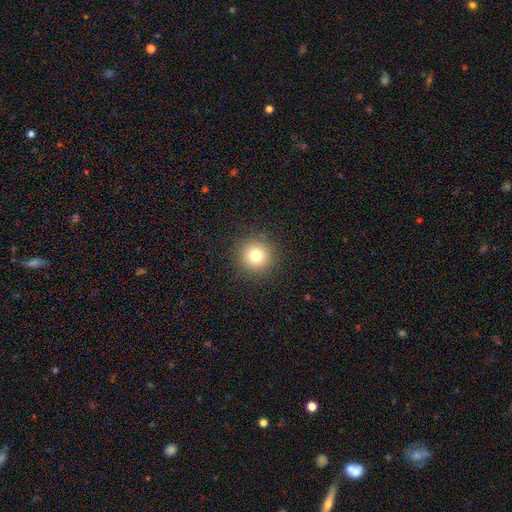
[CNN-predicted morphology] Smooth or featured? smooth (78%)
How rounded? round (95%)
Merging? none (91%)